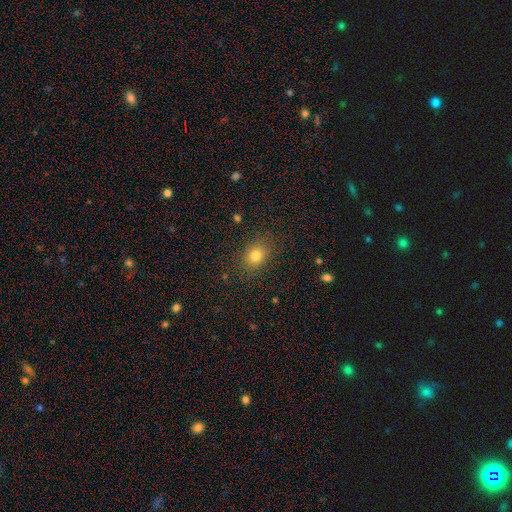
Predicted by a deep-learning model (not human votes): Smooth or featured? Predicted: smooth (p=0.80). How rounded? Predicted: in between (p=0.50). Merging? Predicted: none (p=0.86).